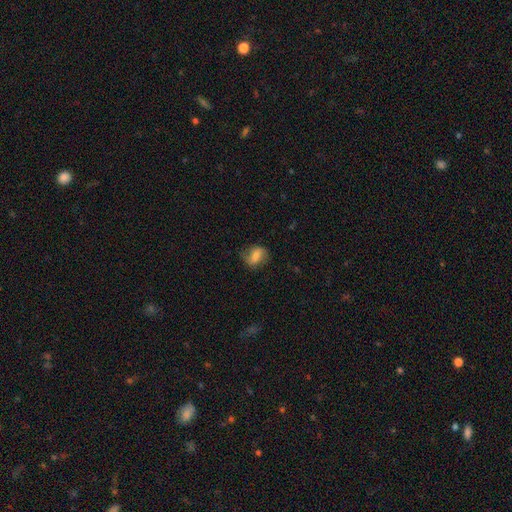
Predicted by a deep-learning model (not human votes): The model was most divided on "smooth or featured": smooth: 56%, featured or disk: 35%, star or artifact: 9%. More confident: how rounded — in between (68%); merging — none (67%).